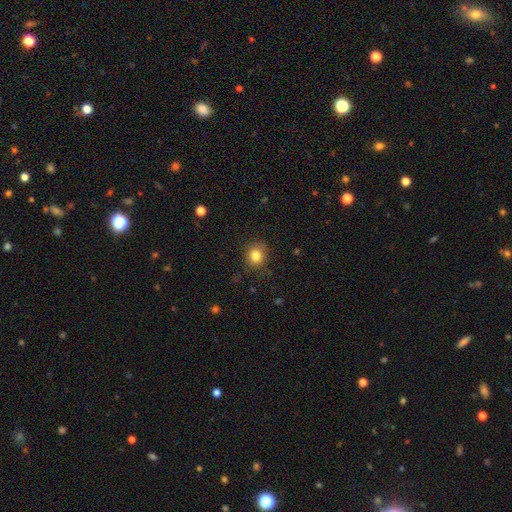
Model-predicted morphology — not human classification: Smooth or featured: smooth — 83% (star or artifact — 11%)
How rounded: round — 77% (in between — 22%)
Merging: none — 83% (minor disturbance — 13%)